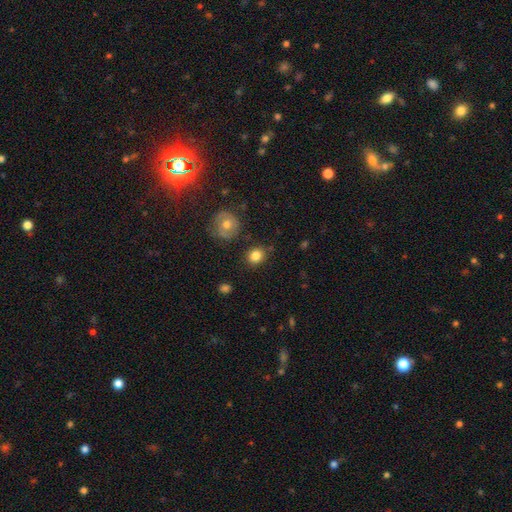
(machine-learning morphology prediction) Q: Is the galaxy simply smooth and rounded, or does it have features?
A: smooth — 84%.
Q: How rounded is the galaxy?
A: round — 72%.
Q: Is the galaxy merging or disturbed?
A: none — 84%.